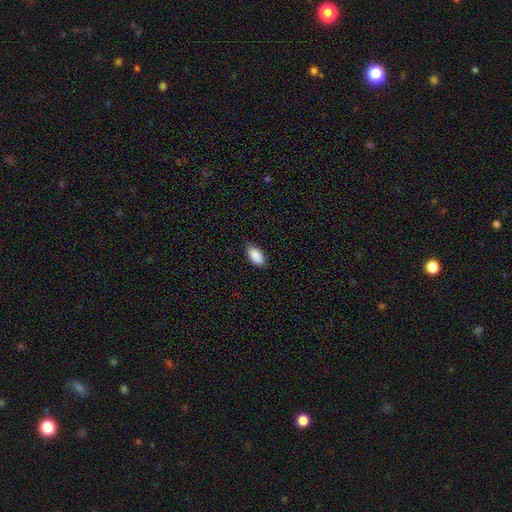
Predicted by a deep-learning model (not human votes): Morphology: type=smooth (90%); roundness=in between (93%); merging=none (81%).